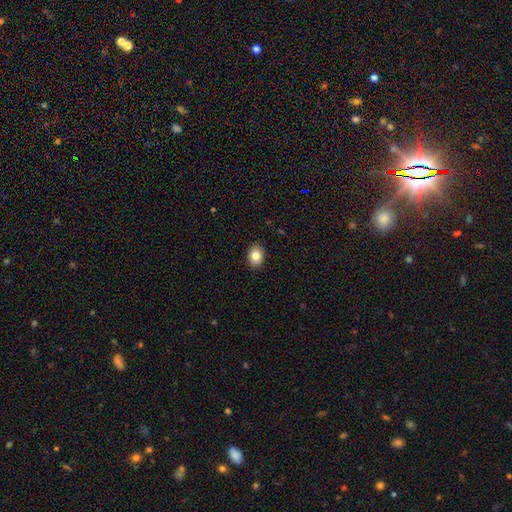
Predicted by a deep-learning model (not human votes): A smooth galaxy with no disk features (84%) that is in between round and cigar-shaped (72%). Merging: none (90%).